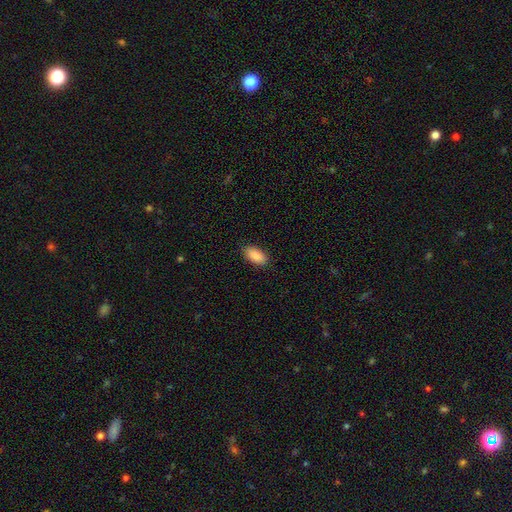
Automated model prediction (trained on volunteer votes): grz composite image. It shows a smooth galaxy with no disk features (91%) that is in between round and cigar-shaped (94%). Merging: none (89%).